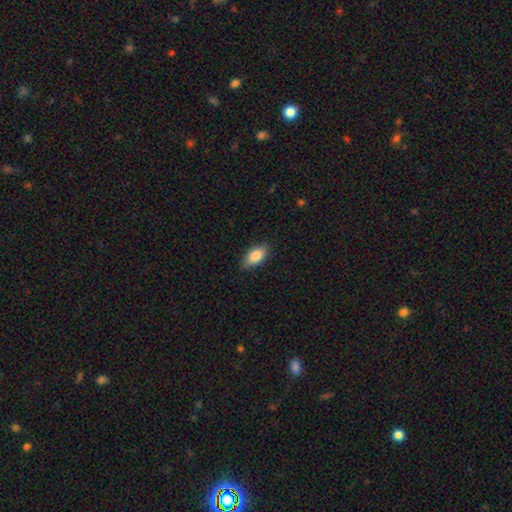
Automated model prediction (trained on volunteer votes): Smooth or featured? smooth (85%)
How rounded? in between (90%)
Merging? none (83%)